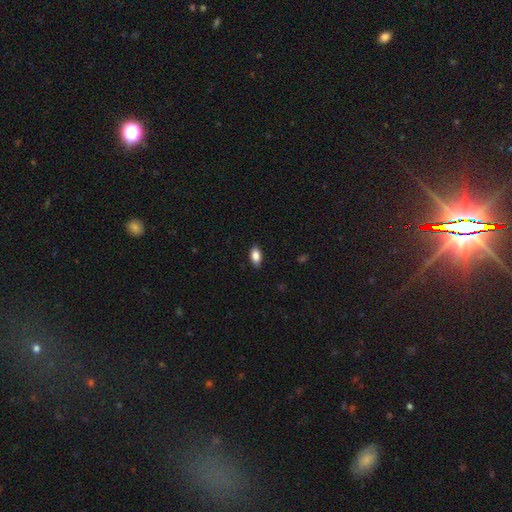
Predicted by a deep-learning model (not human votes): Q: Smooth or featured?
A: smooth (86%); runner-up: star or artifact (7%)
Q: How rounded?
A: in between (91%); runner-up: round (5%)
Q: Merging?
A: none (87%); runner-up: minor disturbance (10%)